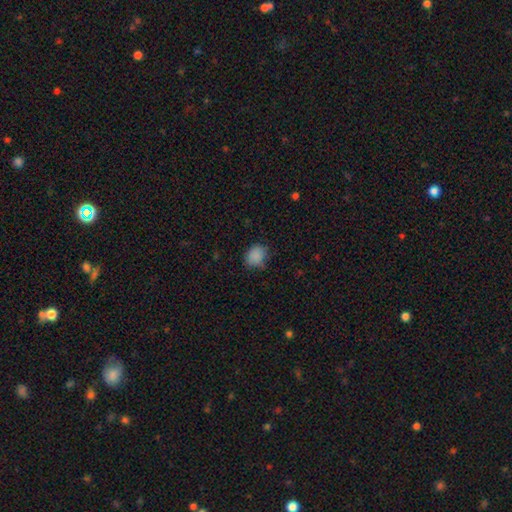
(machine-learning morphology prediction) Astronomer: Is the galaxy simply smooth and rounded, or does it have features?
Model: smooth — 86%.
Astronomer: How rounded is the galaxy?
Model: round — 52% (runner-up: in between, 47%).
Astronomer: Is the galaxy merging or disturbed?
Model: none — 73%.